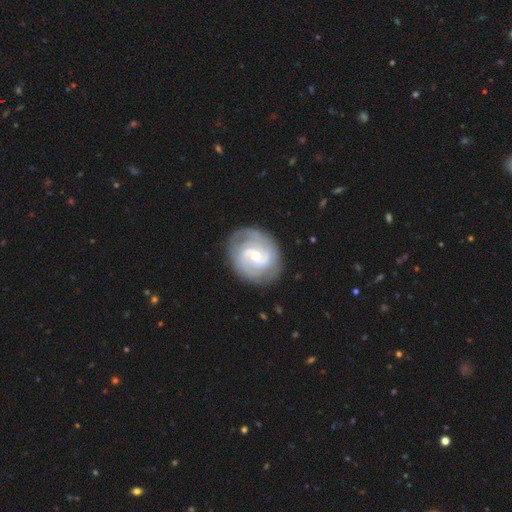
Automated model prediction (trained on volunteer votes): smooth-or-featured: featured or disk: 85% | smooth: 10% | star or artifact: 5%
  disk-edge-on: no: 97% | yes: 3%
    bar: no: 51% | weak: 39% | strong: 11%
    has-spiral-arms: yes: 94% | no: 6%
      spiral-winding: tight: 65% | medium: 28% | loose: 7%
      spiral-arm-count: 2: 44% | can't tell: 24% | 3: 18% | 4: 5% | 1: 4% | more than 4: 4%
    bulge-size: moderate: 54% | small: 42% | large: 2% | none: 1% | dominant: 1%
  merging: none: 80% | minor disturbance: 14% | major disturbance: 5% | merger: 1%